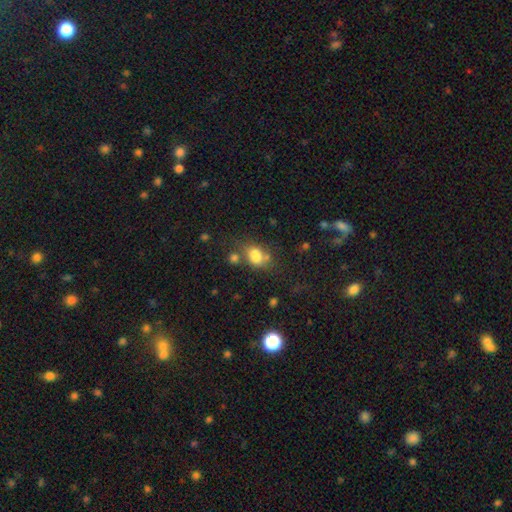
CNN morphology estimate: smooth-or-featured: smooth: 77% | star or artifact: 12% | featured or disk: 11%
  how-rounded: in between: 66% | round: 32% | cigar-shaped: 2%
  merging: none: 47% | merger: 24% | minor disturbance: 20% | major disturbance: 10%